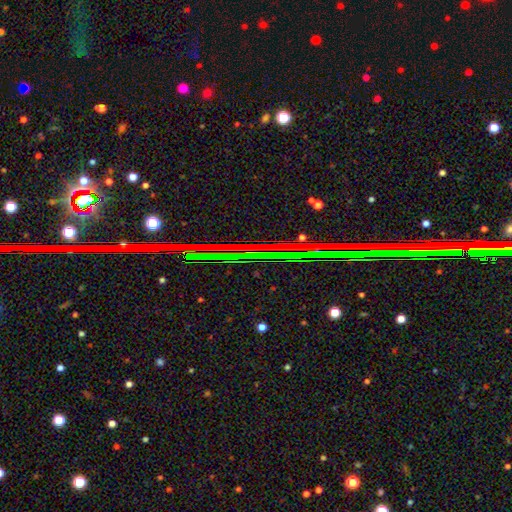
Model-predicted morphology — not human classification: This is clearly a star or artifact rather than a galaxy (81%).